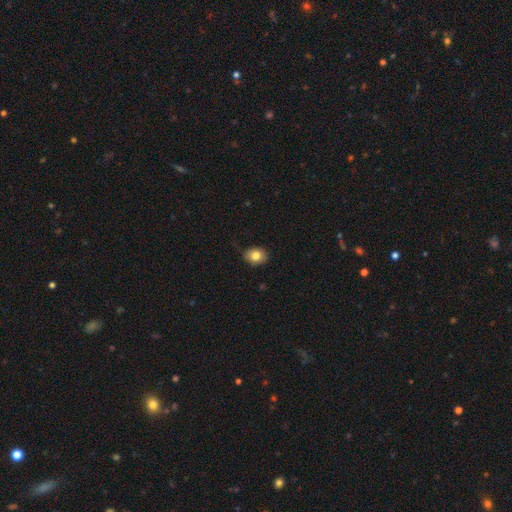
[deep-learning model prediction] smooth-or-featured: smooth: 82% | featured or disk: 9% | star or artifact: 9%
  how-rounded: in between: 59% | round: 40% | cigar-shaped: 1%
  merging: none: 82% | minor disturbance: 14% | major disturbance: 2% | merger: 1%